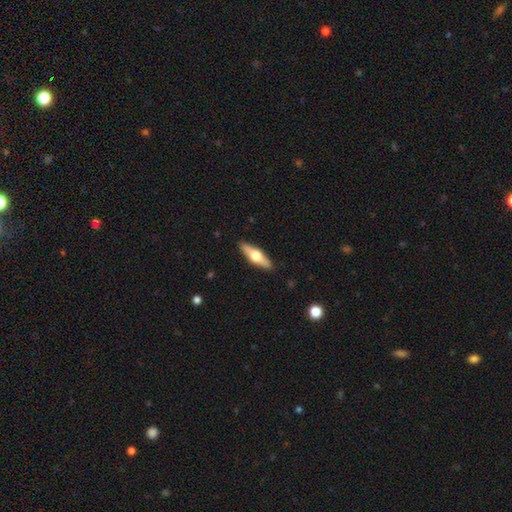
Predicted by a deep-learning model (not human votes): A featured or disk galaxy (49%). Merging: none (89%).